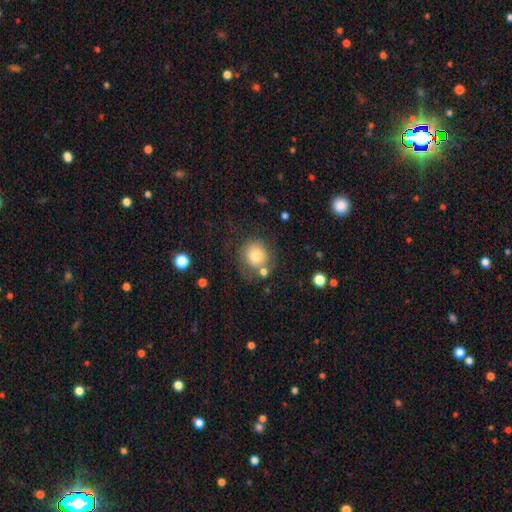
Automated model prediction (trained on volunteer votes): Smooth or featured?
  - smooth: 76% *
  - featured or disk: 14%
  - star or artifact: 10%
How rounded?
  - round: 87% *
  - in between: 12%
  - cigar-shaped: 1%
Merging?
  - none: 63% *
  - minor disturbance: 17%
  - merger: 11%
  - major disturbance: 9%